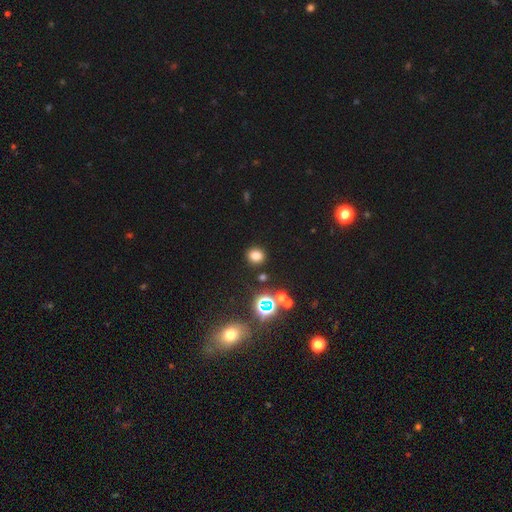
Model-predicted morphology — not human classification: smooth-or-featured: smooth: 75% | star or artifact: 20% | featured or disk: 5%
  how-rounded: round: 71% | in between: 28% | cigar-shaped: 1%
  merging: none: 88% | minor disturbance: 7% | major disturbance: 3% | merger: 2%